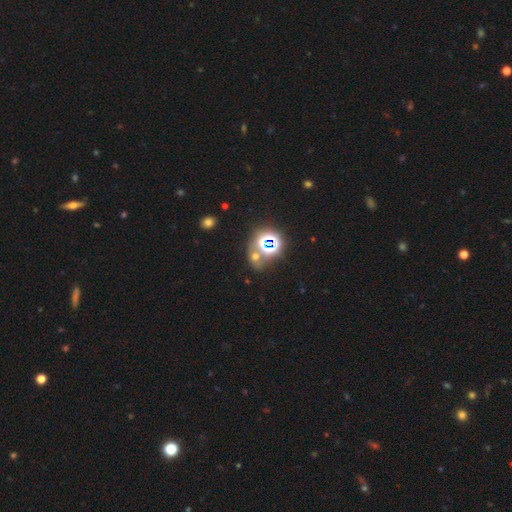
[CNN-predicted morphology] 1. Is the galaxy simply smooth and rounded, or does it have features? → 63% star or artifact, 26% smooth, 11% featured or disk.